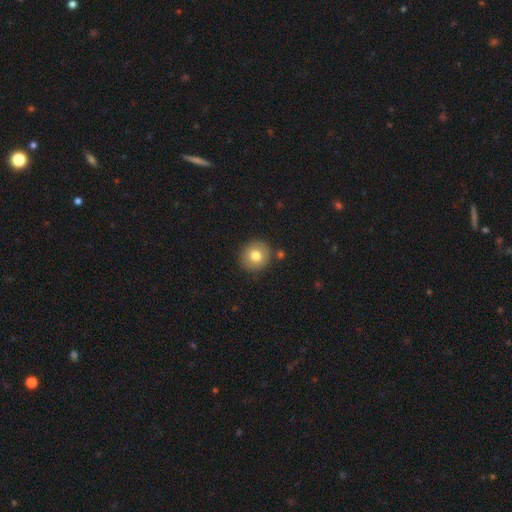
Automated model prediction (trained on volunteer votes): The model was most divided on "smooth or featured": smooth: 76%, featured or disk: 15%, star or artifact: 9%. More confident: how rounded — round (89%); merging — none (87%).